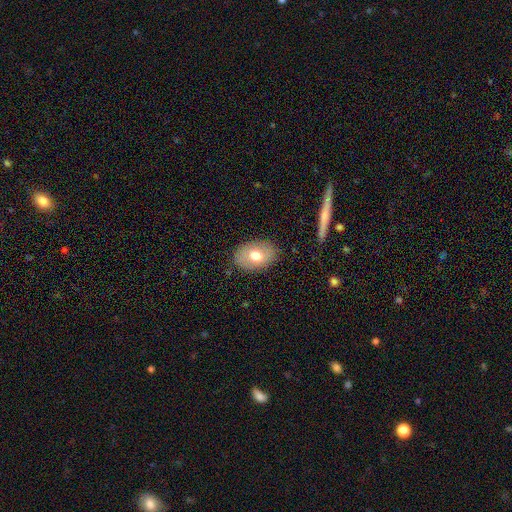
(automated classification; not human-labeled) smooth-or-featured: smooth: 69% | featured or disk: 23% | star or artifact: 8%
  how-rounded: in between: 82% | round: 17% | cigar-shaped: 1%
  merging: none: 84% | minor disturbance: 12% | major disturbance: 3% | merger: 1%